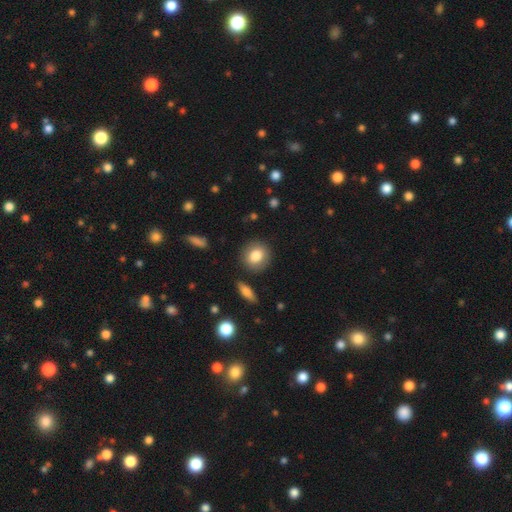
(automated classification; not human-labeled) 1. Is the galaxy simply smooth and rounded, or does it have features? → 82% smooth, 10% featured or disk, 7% star or artifact.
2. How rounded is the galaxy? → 81% round, 18% in between, 2% cigar-shaped.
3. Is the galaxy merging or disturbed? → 88% none, 8% minor disturbance, 2% major disturbance, 2% merger.